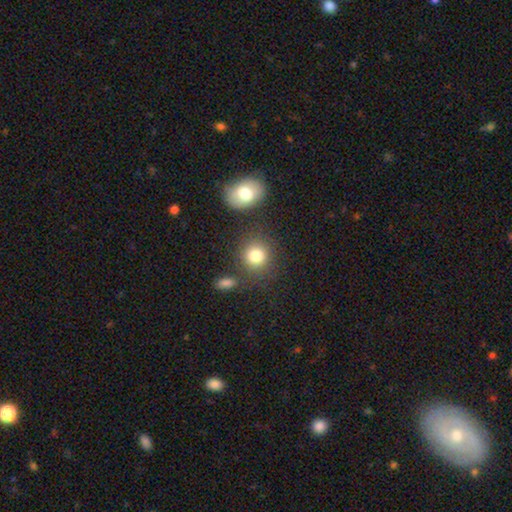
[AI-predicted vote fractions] Morphology: type=smooth (81%); roundness=round (83%); merging=none (74%).